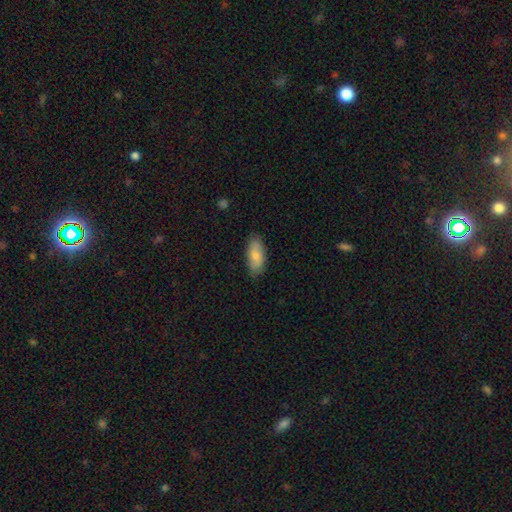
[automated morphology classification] A smooth galaxy with no disk features (80%) that is in between round and cigar-shaped (88%).

Vote fractions:
- Smooth or featured? smooth: 80% / featured or disk: 14% / star or artifact: 6%
- How rounded? in between: 88% / cigar-shaped: 10% / round: 2%
- Merging? none: 79% / minor disturbance: 17% / major disturbance: 3% / merger: 1%